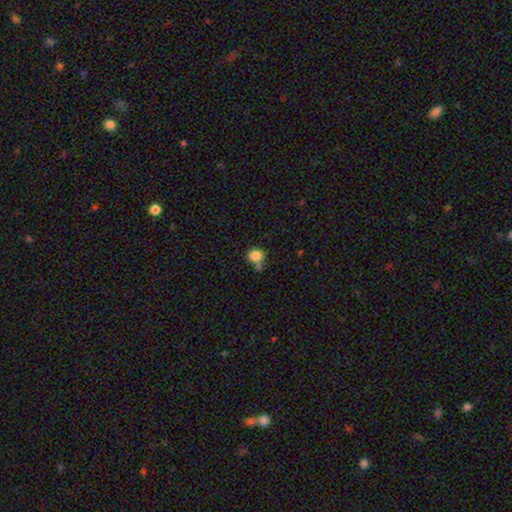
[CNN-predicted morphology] This is clearly a smooth galaxy (83%). How rounded: clearly round (85%). Merging: possibly none (53%).